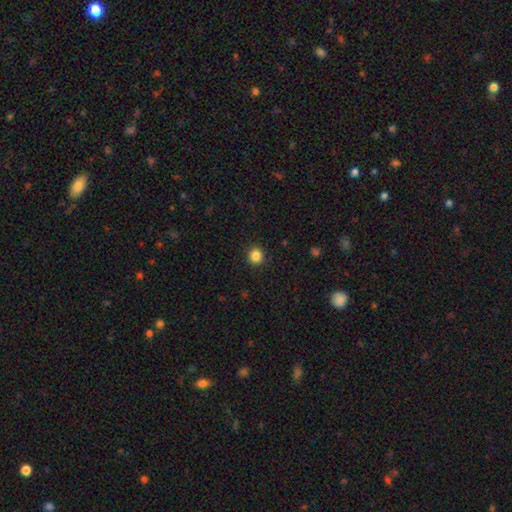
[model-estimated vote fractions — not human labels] Smooth or featured? smooth (86%)
How rounded? round (91%)
Merging? none (92%)